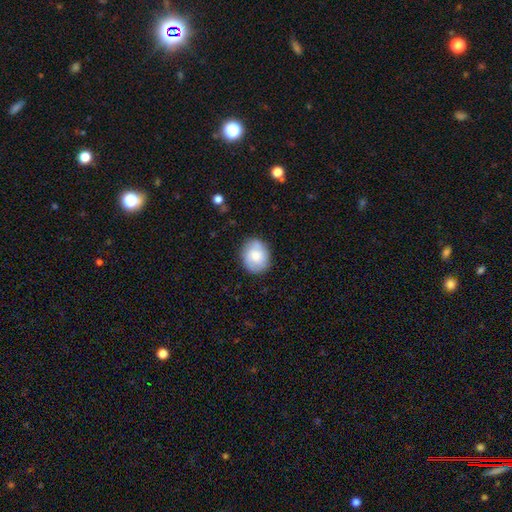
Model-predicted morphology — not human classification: A smooth galaxy with no disk features (70%) that is round (54%).

Vote fractions:
- Smooth or featured? smooth: 70% / featured or disk: 23% / star or artifact: 7%
- How rounded? round: 54% / in between: 45% / cigar-shaped: 1%
- Merging? none: 82% / minor disturbance: 14% / major disturbance: 3% / merger: 1%